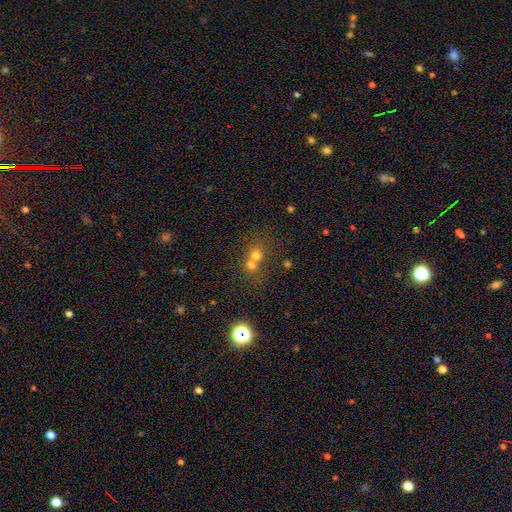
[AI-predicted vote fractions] Smooth or featured? Predicted: smooth (p=0.67). How rounded? Predicted: round (p=0.83). Merging? Predicted: merger (p=0.57).